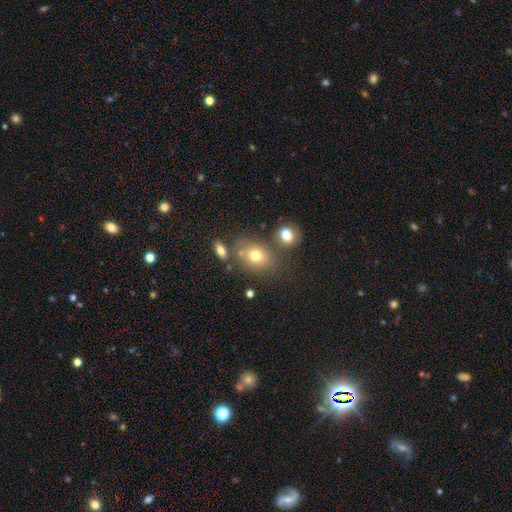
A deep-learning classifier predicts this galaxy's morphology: This appears to be a smooth galaxy with no disk features (73%) that is in between round and cigar-shaped (57%). Merging: none (64%).